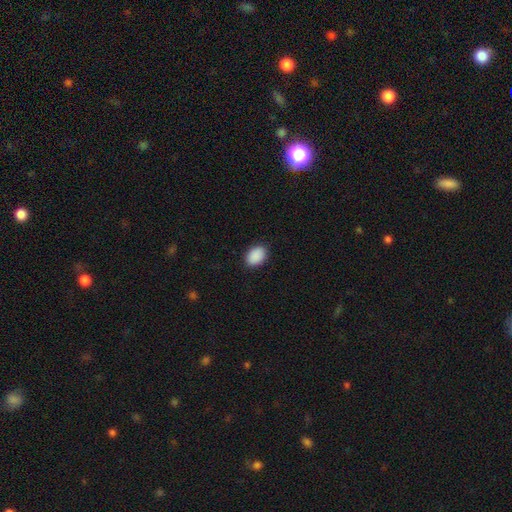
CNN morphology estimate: Smooth or featured? smooth (91%)
How rounded? in between (81%)
Merging? none (88%)